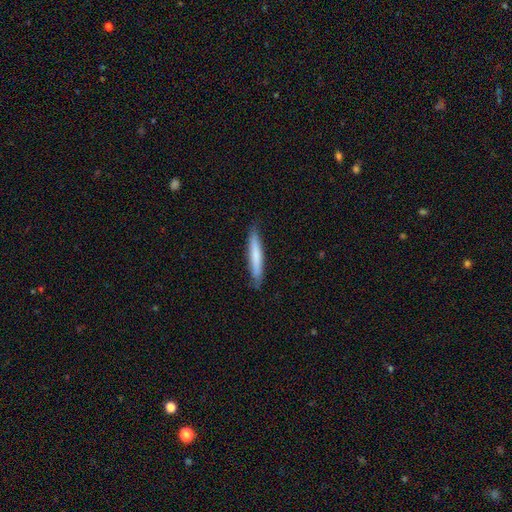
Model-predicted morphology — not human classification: smooth_or_featured: smooth (p=0.71) [alt: featured or disk p=0.23]
how_rounded: cigar-shaped (p=0.94) [alt: in between p=0.05]
merging: none (p=0.84) [alt: minor disturbance p=0.13]